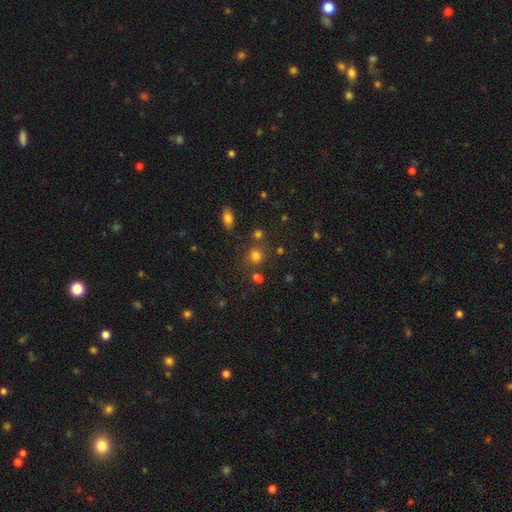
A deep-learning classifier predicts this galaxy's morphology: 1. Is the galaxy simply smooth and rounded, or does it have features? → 76% smooth, 18% star or artifact, 7% featured or disk.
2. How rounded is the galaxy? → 80% round, 19% in between, 1% cigar-shaped.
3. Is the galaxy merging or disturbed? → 71% none, 12% merger, 11% minor disturbance, 5% major disturbance.